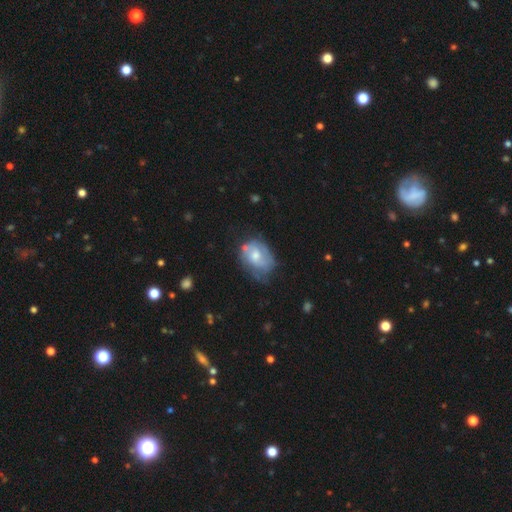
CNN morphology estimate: Smooth or featured?
  - featured or disk: 59% *
  - smooth: 35%
  - star or artifact: 7%
Edge-on disk?
  - no: 97% *
  - yes: 3%
Bar?
  - no: 63% *
  - weak: 33%
  - strong: 5%
Spiral arms?
  - yes: 72% *
  - no: 28%
Bulge size?
  - moderate: 56% *
  - small: 33%
  - large: 5%
  - none: 4%
  - dominant: 1%
Merging?
  - none: 50% *
  - minor disturbance: 31%
  - major disturbance: 15%
  - merger: 4%